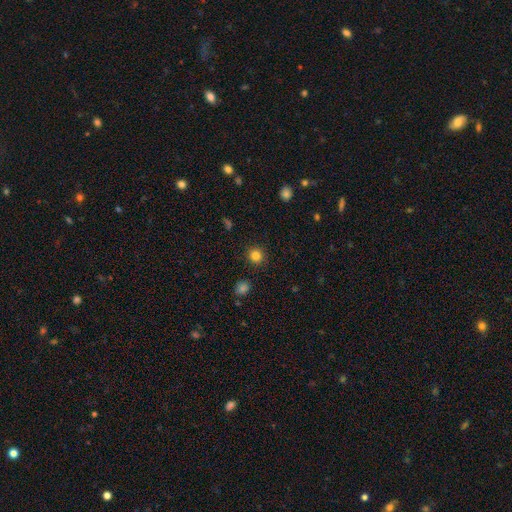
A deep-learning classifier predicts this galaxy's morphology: A smooth galaxy with no disk features (83%) that is round (93%).

Vote fractions:
- Smooth or featured? smooth: 83% / star or artifact: 12% / featured or disk: 5%
- How rounded? round: 93% / in between: 6% / cigar-shaped: 1%
- Merging? none: 92% / minor disturbance: 5% / major disturbance: 2% / merger: 1%